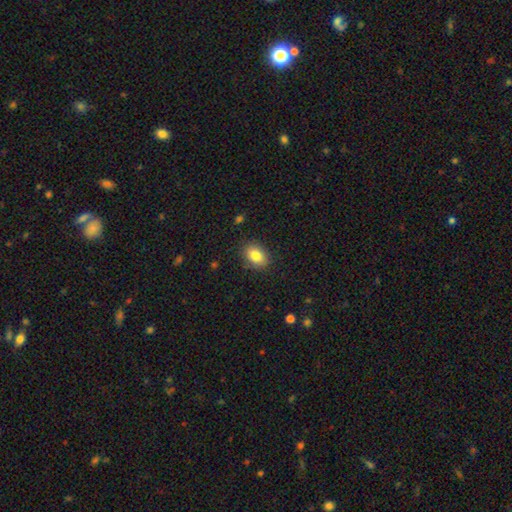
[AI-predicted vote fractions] Q: Smooth or featured?
A: smooth (83%); runner-up: star or artifact (9%)
Q: How rounded?
A: in between (74%); runner-up: round (25%)
Q: Merging?
A: none (87%); runner-up: minor disturbance (10%)